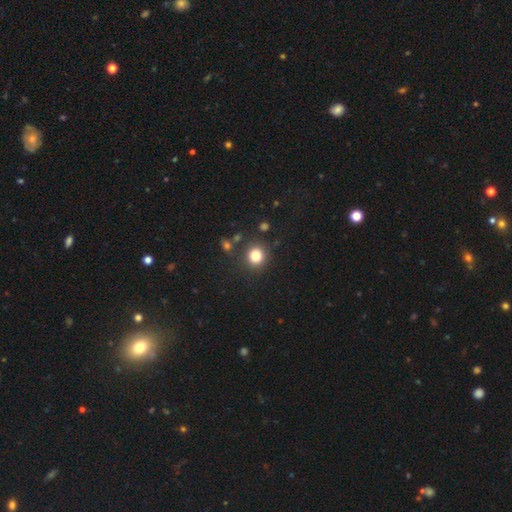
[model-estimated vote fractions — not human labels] smooth-or-featured: smooth: 82% | star or artifact: 12% | featured or disk: 6%
  how-rounded: round: 85% | in between: 14% | cigar-shaped: 1%
  merging: none: 84% | minor disturbance: 8% | merger: 5% | major disturbance: 3%